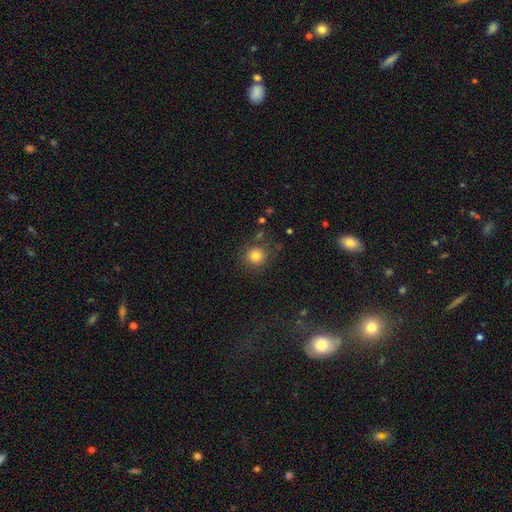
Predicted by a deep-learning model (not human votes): This appears to be a smooth galaxy with no disk features (81%) that is round (90%). Merging: none (80%).